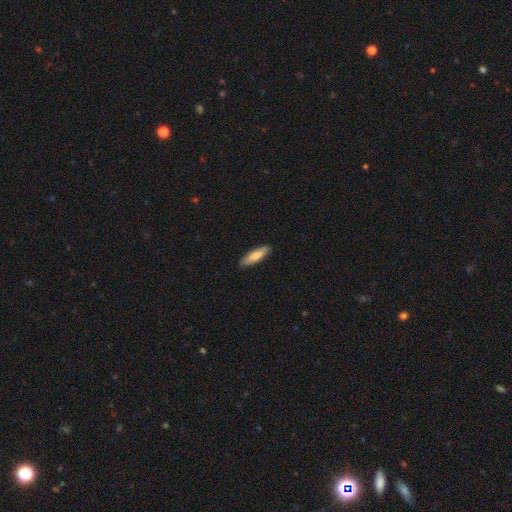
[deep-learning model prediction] This appears to be a smooth galaxy with no disk features (77%) that is cigar-shaped (57%). Merging: none (88%).